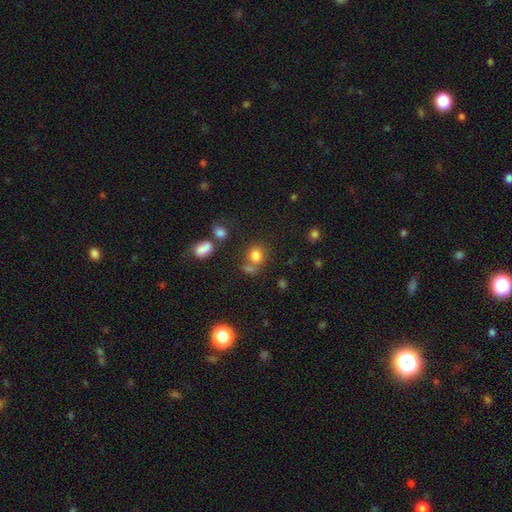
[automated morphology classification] The model was most divided on "merging": none: 56%, merger: 24%, minor disturbance: 13%, major disturbance: 7%. More confident: smooth or featured — smooth (79%); how rounded — round (67%).